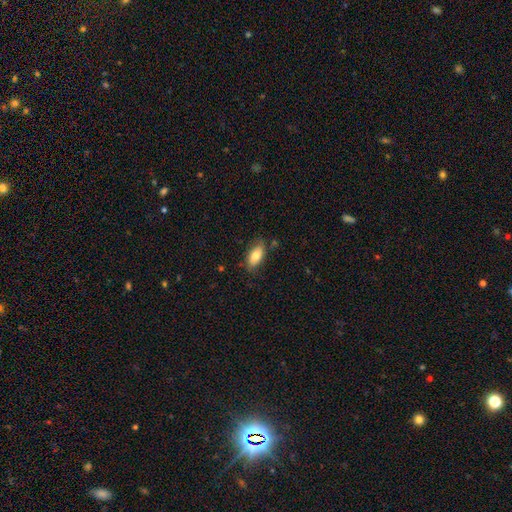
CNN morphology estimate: This is likely a smooth galaxy (78%). How rounded: clearly in between (90%). Merging: likely none (75%).